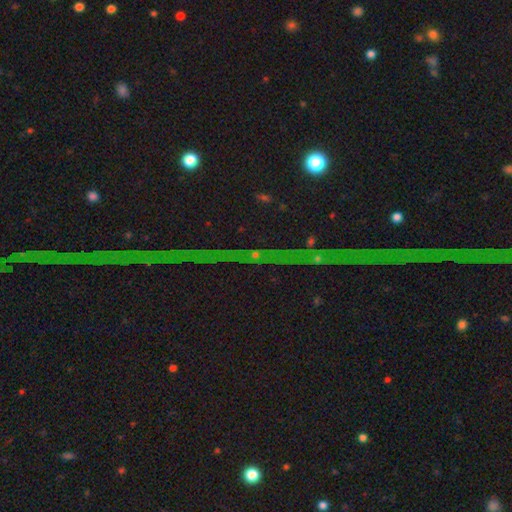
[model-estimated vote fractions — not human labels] Smooth or featured? star or artifact (82%)